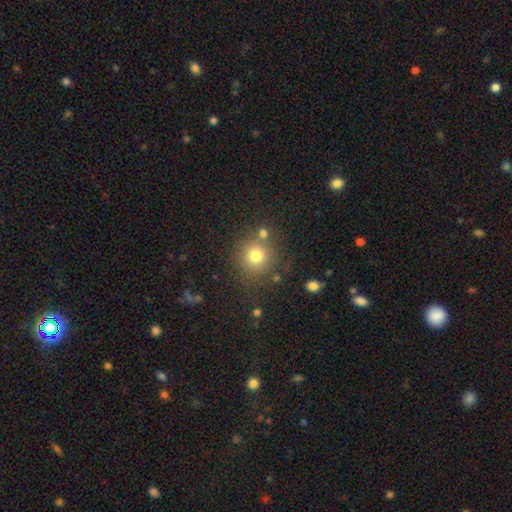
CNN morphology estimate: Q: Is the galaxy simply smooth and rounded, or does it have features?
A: smooth — 76%.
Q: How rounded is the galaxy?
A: round — 92%.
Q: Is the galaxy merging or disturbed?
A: none — 76%.